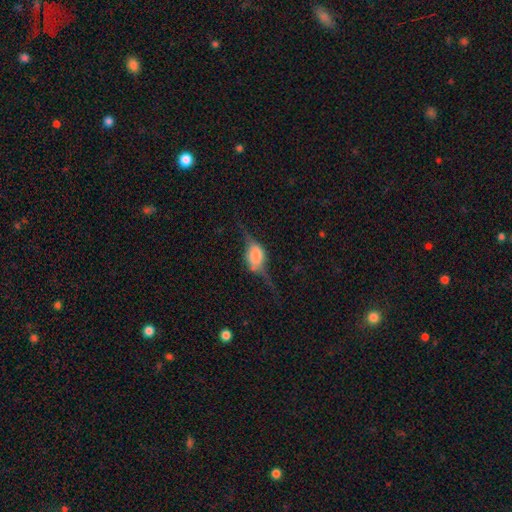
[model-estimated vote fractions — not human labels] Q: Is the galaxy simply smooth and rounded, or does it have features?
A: featured or disk — 63%.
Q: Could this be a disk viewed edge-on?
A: yes — 83%.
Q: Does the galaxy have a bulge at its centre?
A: rounded — 81%.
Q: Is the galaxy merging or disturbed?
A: none — 46%.